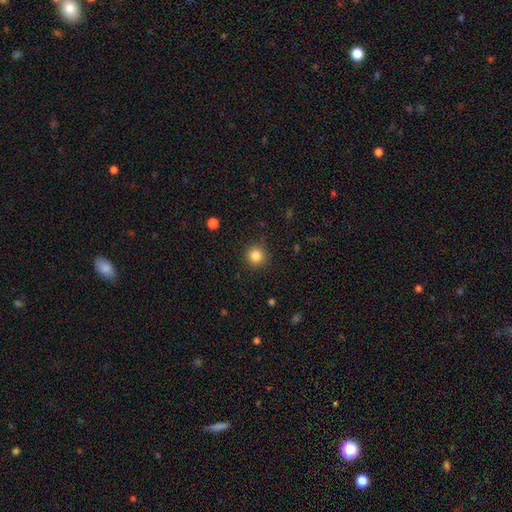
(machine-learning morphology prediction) Overall: smooth (84%). How rounded: round (94%). Merging: none (89%).